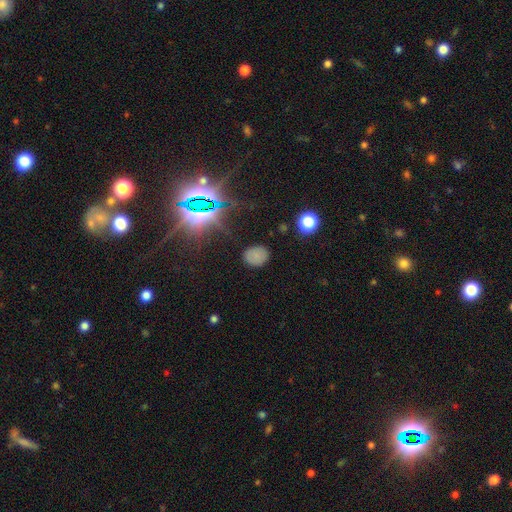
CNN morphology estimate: smooth 72%, star or artifact 20%, featured or disk 8%. Down the decision tree: how rounded — in between (52%); merging — none (82%).